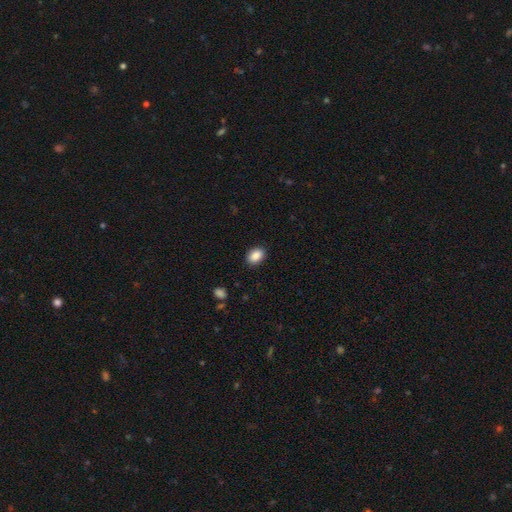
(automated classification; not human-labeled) smooth-or-featured: smooth: 89% | star or artifact: 8% | featured or disk: 3%
  how-rounded: in between: 81% | round: 18% | cigar-shaped: 1%
  merging: none: 89% | minor disturbance: 8% | major disturbance: 2% | merger: 1%